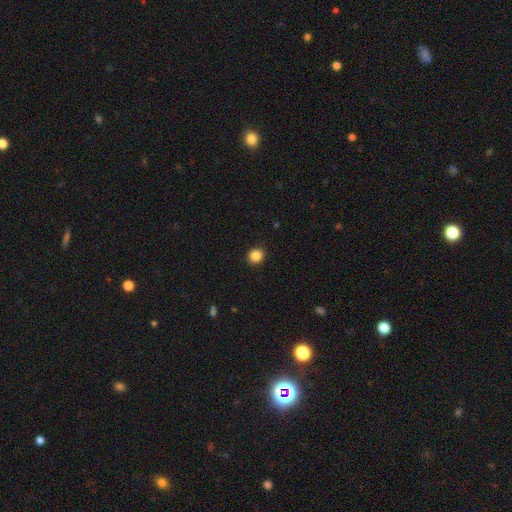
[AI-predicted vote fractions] Smooth or featured? Predicted: smooth (p=0.86). How rounded? Predicted: round (p=0.80). Merging? Predicted: none (p=0.91).